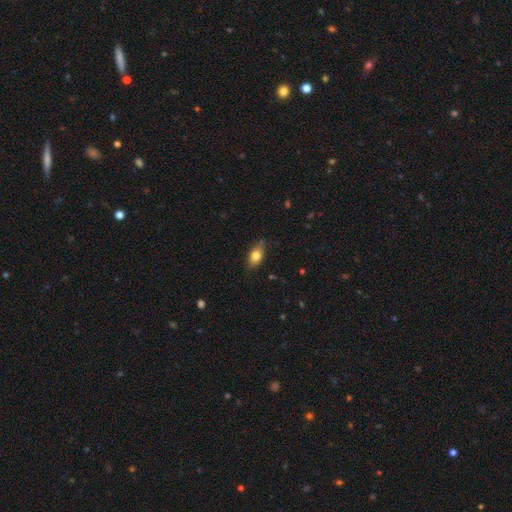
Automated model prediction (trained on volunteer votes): Smooth or featured: smooth — 76% (featured or disk — 17%)
How rounded: in between — 84% (round — 8%)
Merging: none — 76% (minor disturbance — 19%)